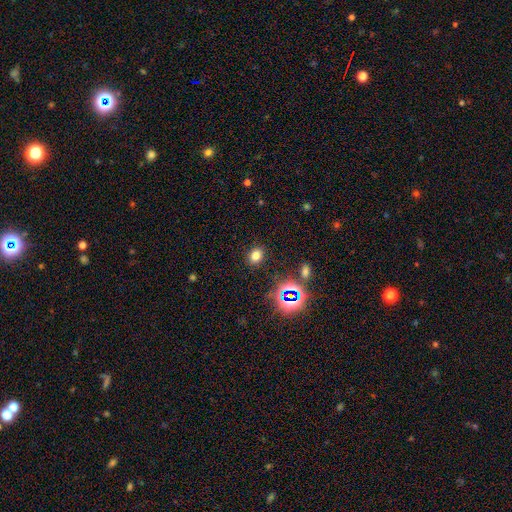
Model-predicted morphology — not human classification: Smooth or featured: smooth — 72% (star or artifact — 21%)
How rounded: in between — 55% (round — 44%)
Merging: none — 87% (minor disturbance — 8%)